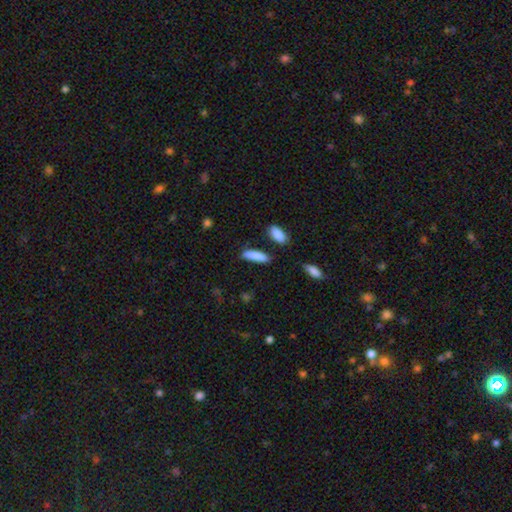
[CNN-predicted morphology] Smooth or featured?
  - smooth: 85% *
  - featured or disk: 8%
  - star or artifact: 6%
How rounded?
  - cigar-shaped: 66% *
  - in between: 32%
  - round: 2%
Merging?
  - none: 81% *
  - minor disturbance: 12%
  - merger: 4%
  - major disturbance: 3%